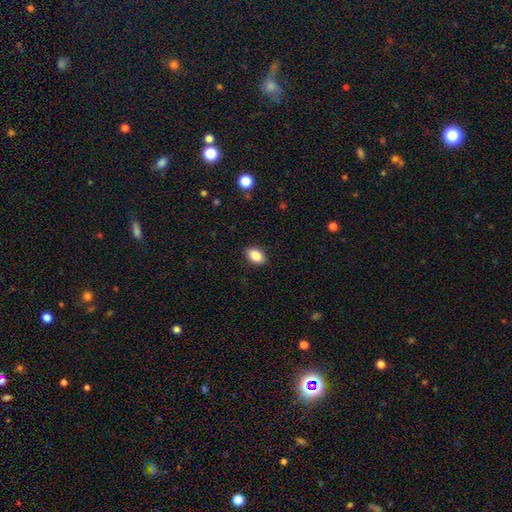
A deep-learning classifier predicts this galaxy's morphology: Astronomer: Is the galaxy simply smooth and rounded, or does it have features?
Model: smooth — 86%.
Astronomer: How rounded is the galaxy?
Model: in between — 86%.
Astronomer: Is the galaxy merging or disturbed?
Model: none — 88%.